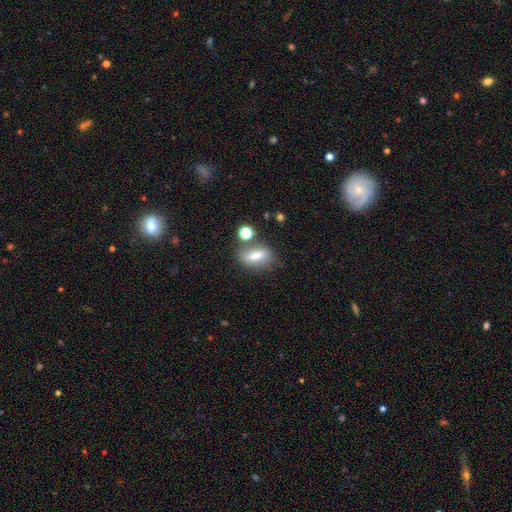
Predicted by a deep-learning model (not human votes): A smooth galaxy with no disk features (69%) that is in between round and cigar-shaped (70%).

Vote fractions:
- Smooth or featured? smooth: 69% / featured or disk: 20% / star or artifact: 11%
- How rounded? in between: 70% / cigar-shaped: 18% / round: 12%
- Merging? none: 64% / minor disturbance: 16% / merger: 14% / major disturbance: 6%